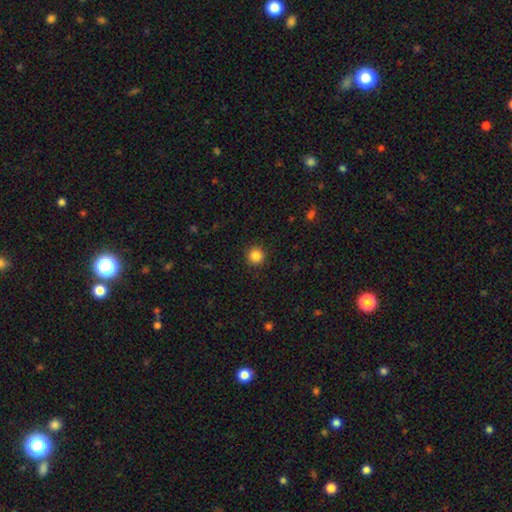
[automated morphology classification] smooth_or_featured: smooth (p=0.86) [alt: star or artifact p=0.11]
how_rounded: round (p=0.95) [alt: in between p=0.04]
merging: none (p=0.91) [alt: minor disturbance p=0.06]